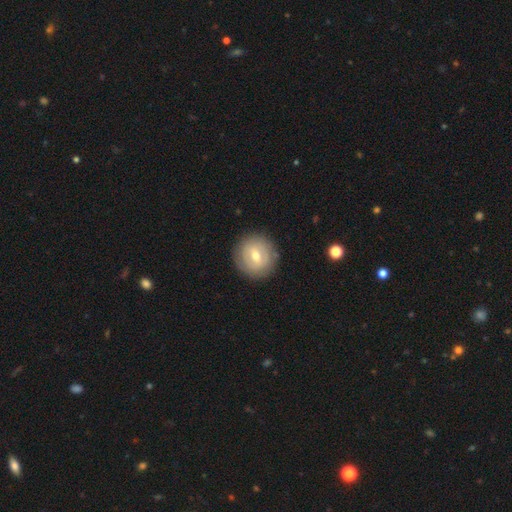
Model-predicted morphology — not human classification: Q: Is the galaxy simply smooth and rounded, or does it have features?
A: featured or disk — 47%.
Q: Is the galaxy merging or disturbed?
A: none — 86%.